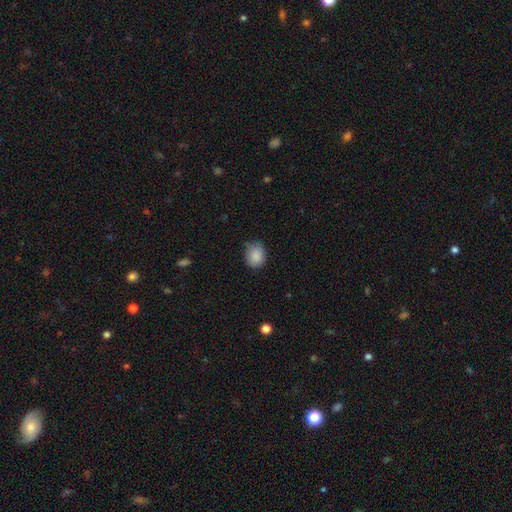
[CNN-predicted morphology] Smooth or featured? smooth (88%)
How rounded? round (51%)
Merging? none (70%)